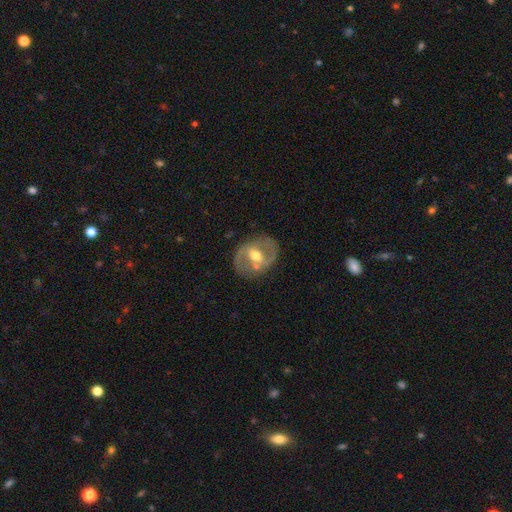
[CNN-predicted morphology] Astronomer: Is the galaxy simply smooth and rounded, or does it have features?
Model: featured or disk — 73%.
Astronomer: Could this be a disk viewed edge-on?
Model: no — 95%.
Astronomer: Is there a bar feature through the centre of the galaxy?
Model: weak — 42% (runner-up: strong, 34%).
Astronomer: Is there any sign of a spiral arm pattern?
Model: yes — 62% (runner-up: no, 38%).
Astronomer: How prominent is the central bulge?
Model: moderate — 75%.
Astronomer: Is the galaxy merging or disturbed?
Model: none — 74%.